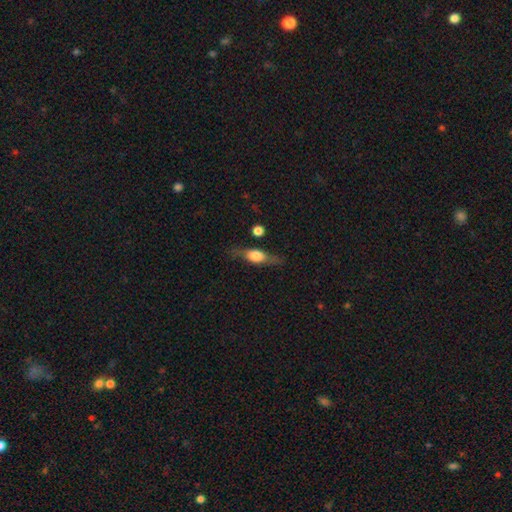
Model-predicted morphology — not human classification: Q: Smooth or featured?
A: smooth (47%); runner-up: featured or disk (46%)
Q: Merging?
A: none (71%); runner-up: minor disturbance (18%)